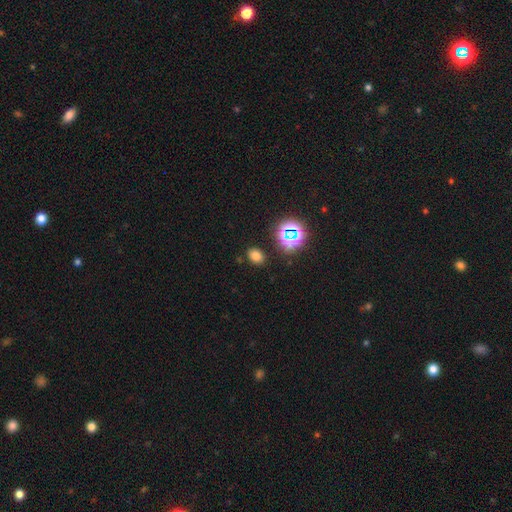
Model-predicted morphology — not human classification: smooth-or-featured: smooth: 70% | star or artifact: 24% | featured or disk: 6%
  how-rounded: in between: 71% | round: 28% | cigar-shaped: 1%
  merging: none: 86% | minor disturbance: 9% | major disturbance: 3% | merger: 2%